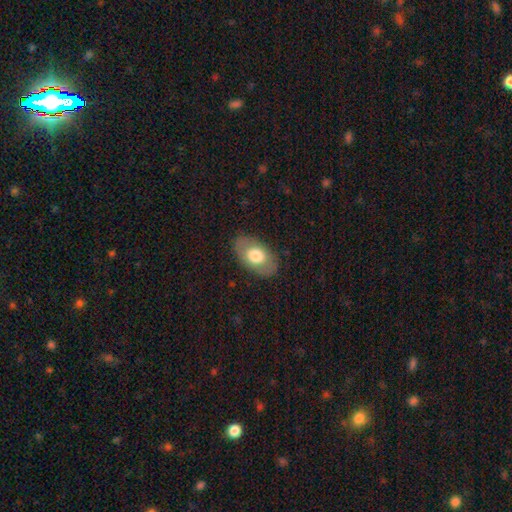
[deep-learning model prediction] The model was most divided on "smooth or featured": smooth: 68%, featured or disk: 26%, star or artifact: 6%. More confident: how rounded — in between (91%); merging — none (83%).